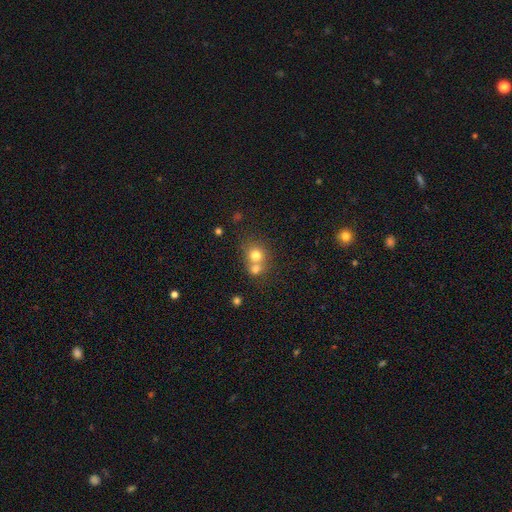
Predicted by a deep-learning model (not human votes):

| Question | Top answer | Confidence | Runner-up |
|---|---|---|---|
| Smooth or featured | smooth | 74% | featured or disk (14%) |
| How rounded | round | 80% | in between (19%) |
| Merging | merger | 57% | none (35%) |